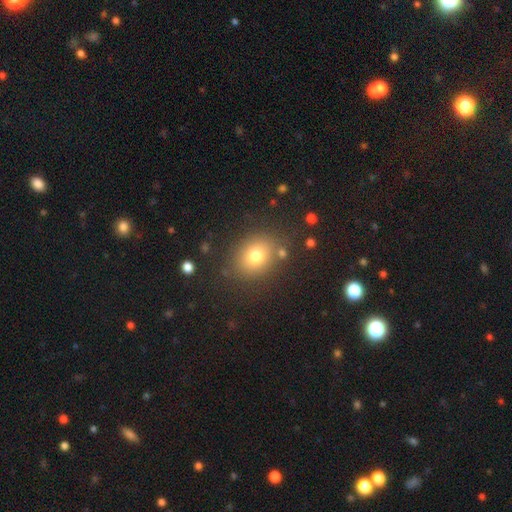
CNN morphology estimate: Smooth or featured? smooth (76%)
How rounded? round (56%)
Merging? none (81%)